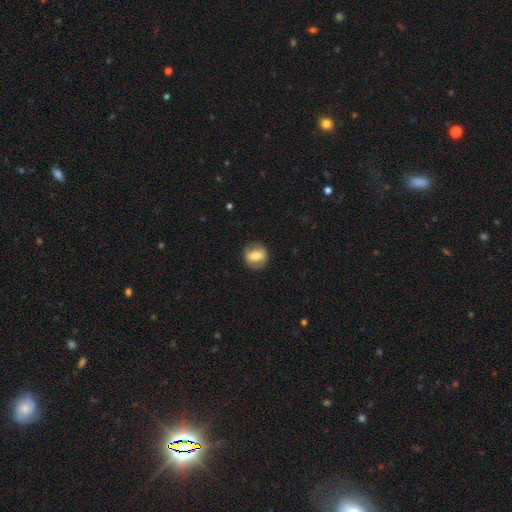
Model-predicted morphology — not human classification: smooth_or_featured: smooth (p=0.63) [alt: featured or disk p=0.29]
how_rounded: round (p=0.65) [alt: in between p=0.33]
merging: none (p=0.81) [alt: minor disturbance p=0.13]